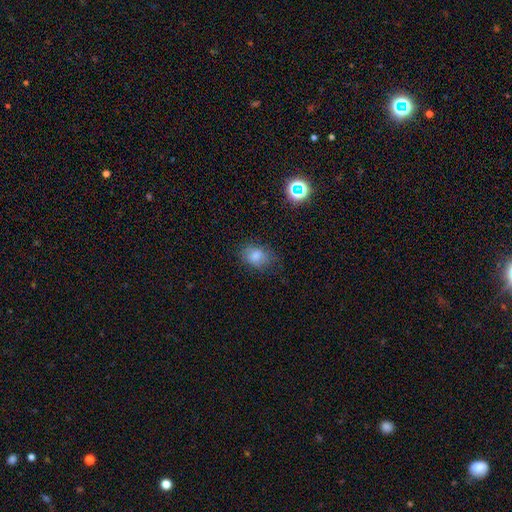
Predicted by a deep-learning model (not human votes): Smooth or featured?
  - smooth: 77% *
  - featured or disk: 12%
  - star or artifact: 11%
How rounded?
  - in between: 79% *
  - round: 19%
  - cigar-shaped: 1%
Merging?
  - none: 68% *
  - minor disturbance: 22%
  - major disturbance: 8%
  - merger: 1%